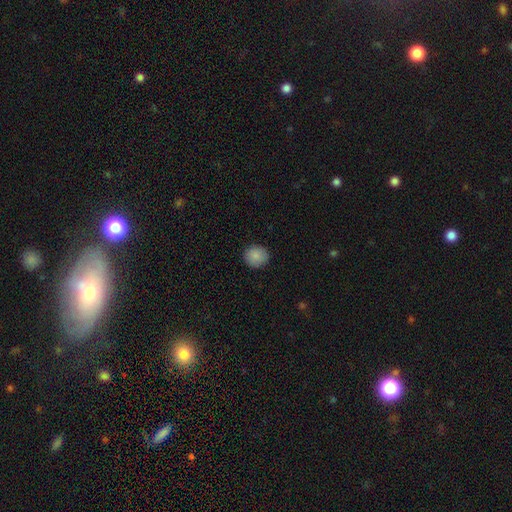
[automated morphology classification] Q: Smooth or featured?
A: smooth (88%); runner-up: star or artifact (8%)
Q: How rounded?
A: round (84%); runner-up: in between (15%)
Q: Merging?
A: none (89%); runner-up: minor disturbance (8%)